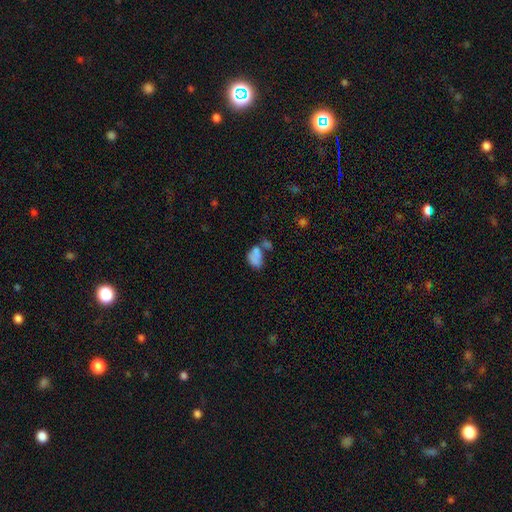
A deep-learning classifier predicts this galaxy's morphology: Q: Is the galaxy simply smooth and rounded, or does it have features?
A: smooth — 76%.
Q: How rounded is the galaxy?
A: in between — 82%.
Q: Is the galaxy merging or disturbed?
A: merger — 41%.